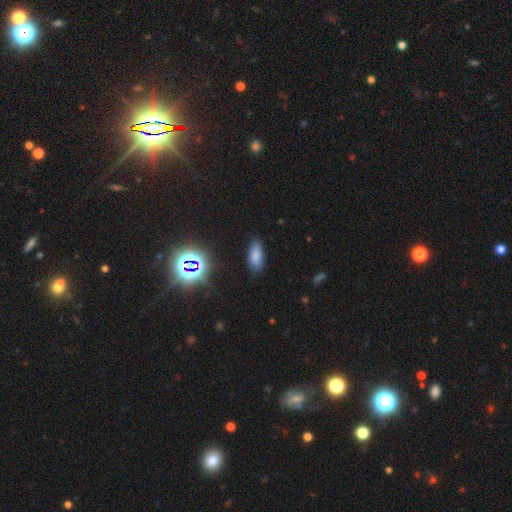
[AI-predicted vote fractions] smooth_or_featured: smooth (p=0.76) [alt: star or artifact p=0.17]
how_rounded: in between (p=0.79) [alt: cigar-shaped p=0.18]
merging: none (p=0.81) [alt: minor disturbance p=0.13]